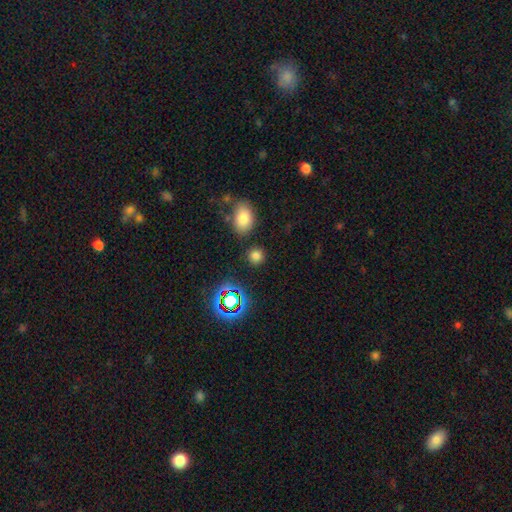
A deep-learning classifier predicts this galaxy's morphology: A smooth galaxy with no disk features (76%) that is round (85%). Merging: none (84%).